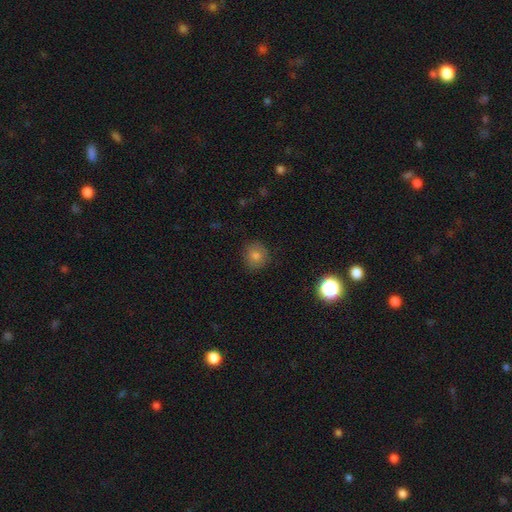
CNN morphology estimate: Overall: smooth (77%). How rounded: round (90%). Merging: none (85%).